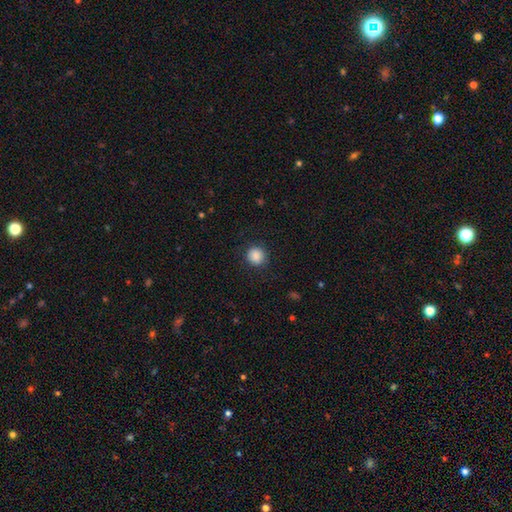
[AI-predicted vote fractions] Smooth or featured? Predicted: smooth (p=0.88). How rounded? Predicted: round (p=0.91). Merging? Predicted: none (p=0.89).